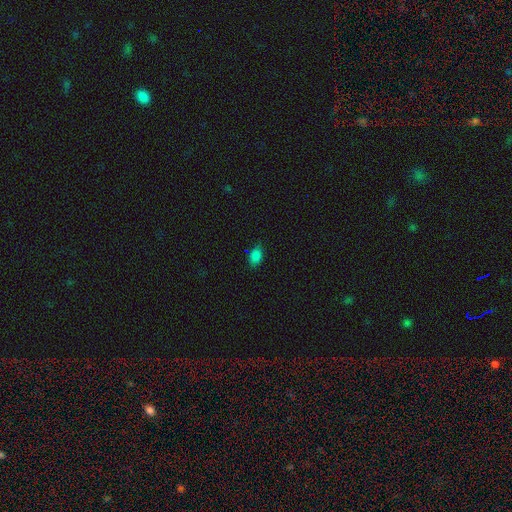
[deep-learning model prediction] Smooth or featured?
  - smooth: 82% *
  - star or artifact: 13%
  - featured or disk: 5%
How rounded?
  - in between: 87% *
  - round: 10%
  - cigar-shaped: 3%
Merging?
  - none: 79% *
  - minor disturbance: 16%
  - major disturbance: 3%
  - merger: 2%